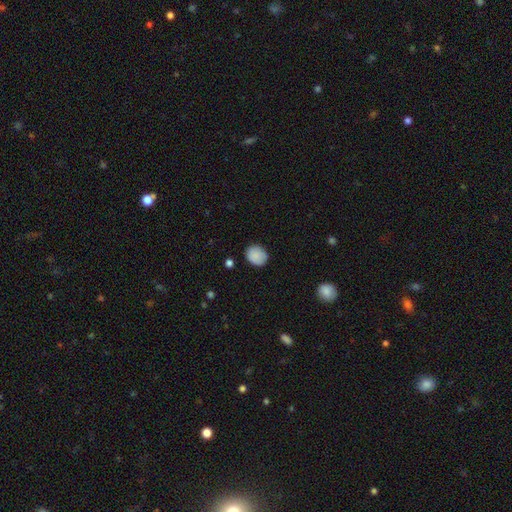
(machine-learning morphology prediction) Smooth or featured? Predicted: smooth (p=0.87). How rounded? Predicted: round (p=0.65). Merging? Predicted: none (p=0.83).